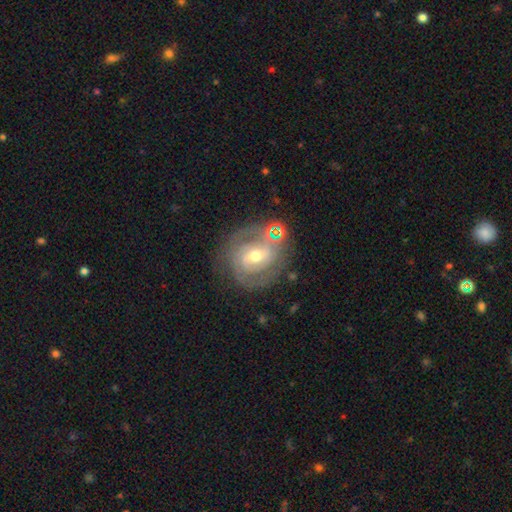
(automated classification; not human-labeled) The model was most divided on "bar": weak: 46%, no: 35%, strong: 19%. More confident: edge-on disk — no (97%); spiral arms — yes (93%); smooth or featured — featured or disk (82%); merging — none (71%); bulge size — moderate (57%); spiral winding — tight (56%); spiral arm count — 2 (53%).